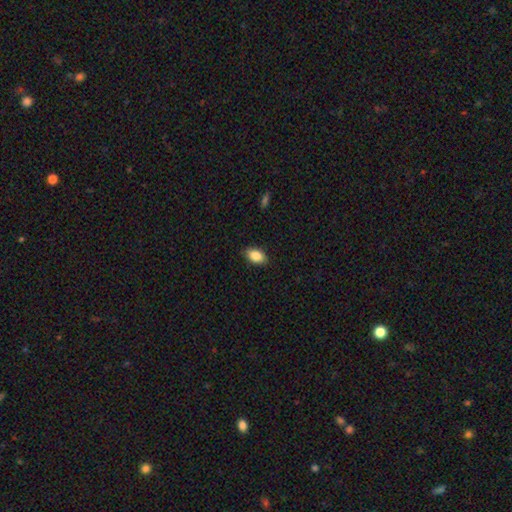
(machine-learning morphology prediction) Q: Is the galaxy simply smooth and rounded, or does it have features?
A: smooth — 86%.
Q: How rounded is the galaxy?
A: in between — 90%.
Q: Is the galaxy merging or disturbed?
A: none — 86%.